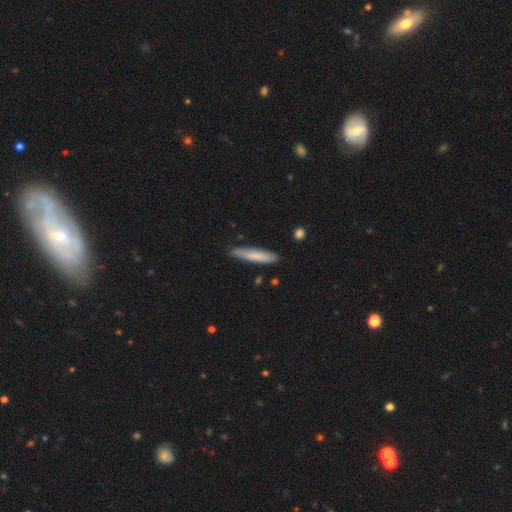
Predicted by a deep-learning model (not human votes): This appears to be a smooth galaxy with no disk features (77%) that is cigar-shaped (89%). Merging: none (82%).